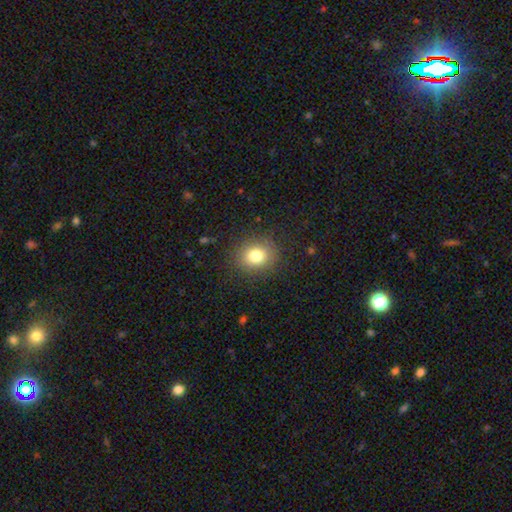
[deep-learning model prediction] A smooth galaxy with no disk features (79%) that is round (72%). Merging: none (87%).